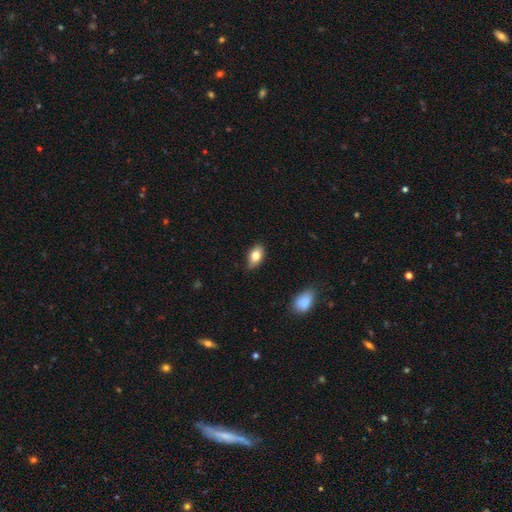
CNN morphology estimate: This appears to be a smooth galaxy with no disk features (78%) that is in between round and cigar-shaped (89%). Merging: none (79%).